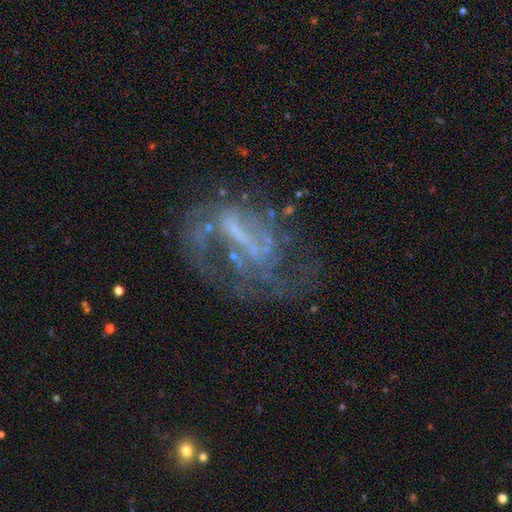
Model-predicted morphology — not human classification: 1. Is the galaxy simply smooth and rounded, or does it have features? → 70% featured or disk, 18% star or artifact, 12% smooth.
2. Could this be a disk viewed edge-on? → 93% no, 7% yes.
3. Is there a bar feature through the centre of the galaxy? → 42% strong, 30% weak, 28% no.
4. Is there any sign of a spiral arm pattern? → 60% yes, 40% no.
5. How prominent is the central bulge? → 61% none, 22% small, 13% moderate, 3% large, 1% dominant.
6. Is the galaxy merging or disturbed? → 43% none, 35% major disturbance, 18% minor disturbance, 4% merger.